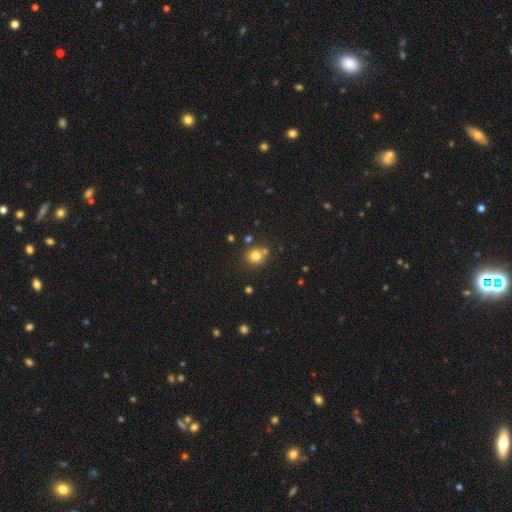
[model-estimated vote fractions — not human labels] A smooth galaxy with no disk features (78%) that is round (83%). Merging: none (70%).